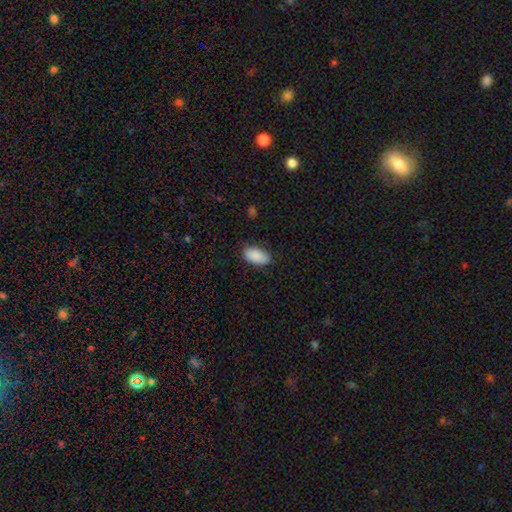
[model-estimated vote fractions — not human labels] This is clearly a smooth galaxy (89%). How rounded: clearly in between (94%). Merging: likely none (78%).